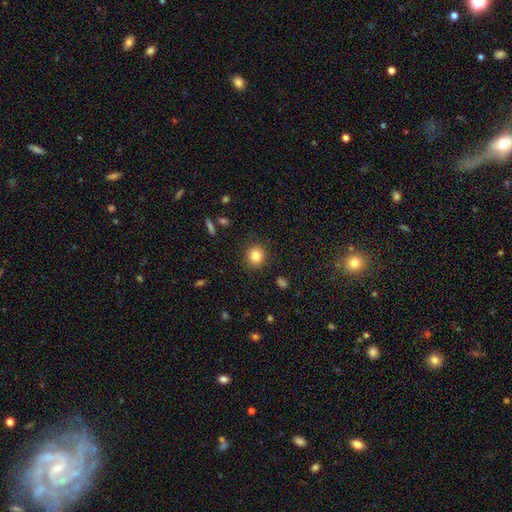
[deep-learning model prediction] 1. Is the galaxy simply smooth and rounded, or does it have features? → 82% smooth, 11% star or artifact, 7% featured or disk.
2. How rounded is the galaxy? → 84% round, 15% in between, 1% cigar-shaped.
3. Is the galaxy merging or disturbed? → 89% none, 7% minor disturbance, 2% major disturbance, 1% merger.